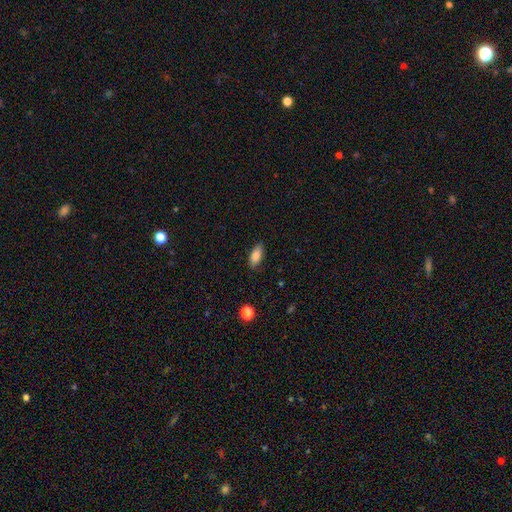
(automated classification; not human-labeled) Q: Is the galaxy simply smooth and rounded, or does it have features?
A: smooth — 84%.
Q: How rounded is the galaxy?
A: in between — 84%.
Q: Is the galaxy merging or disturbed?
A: none — 85%.